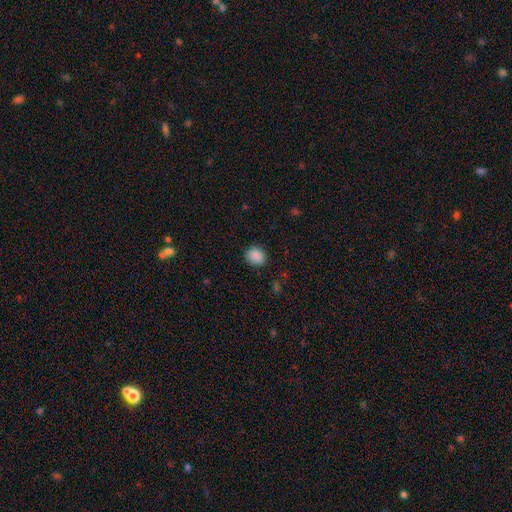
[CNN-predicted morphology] smooth_or_featured: smooth (p=0.88) [alt: star or artifact p=0.09]
how_rounded: round (p=0.63) [alt: in between p=0.37]
merging: none (p=0.85) [alt: minor disturbance p=0.11]